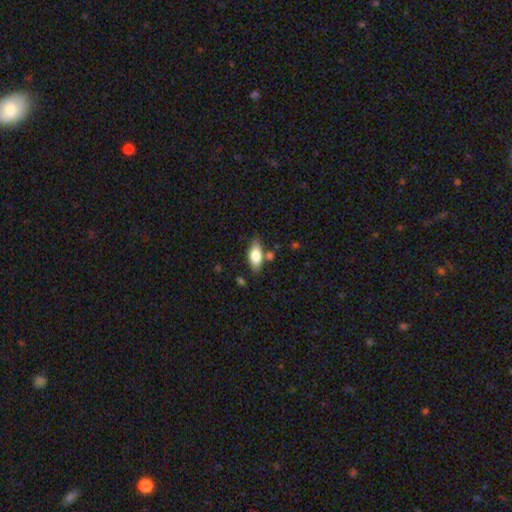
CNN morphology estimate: Smooth or featured?
  - smooth: 74% *
  - featured or disk: 20%
  - star or artifact: 7%
How rounded?
  - in between: 84% *
  - cigar-shaped: 13%
  - round: 3%
Merging?
  - none: 75% *
  - minor disturbance: 15%
  - merger: 7%
  - major disturbance: 3%